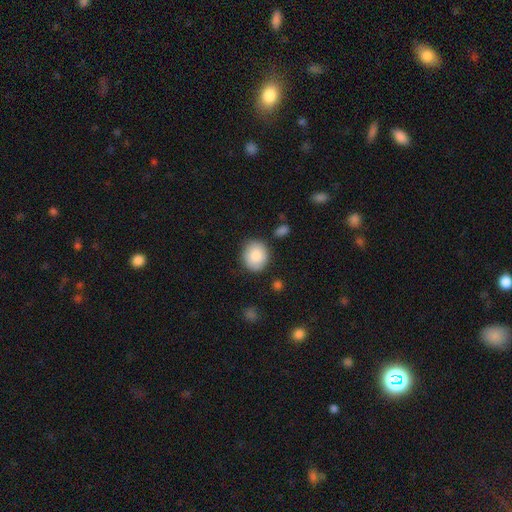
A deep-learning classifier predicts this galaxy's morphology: Smooth or featured: smooth — 86% (featured or disk — 7%)
How rounded: round — 75% (in between — 24%)
Merging: none — 83% (minor disturbance — 11%)